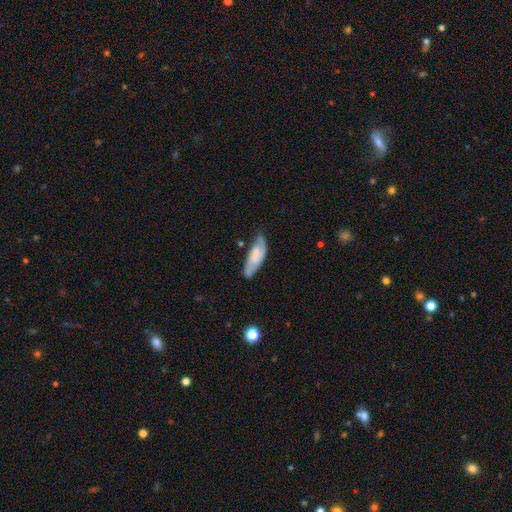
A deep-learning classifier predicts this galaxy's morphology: A featured or disk galaxy (48%). Merging: none (61%).